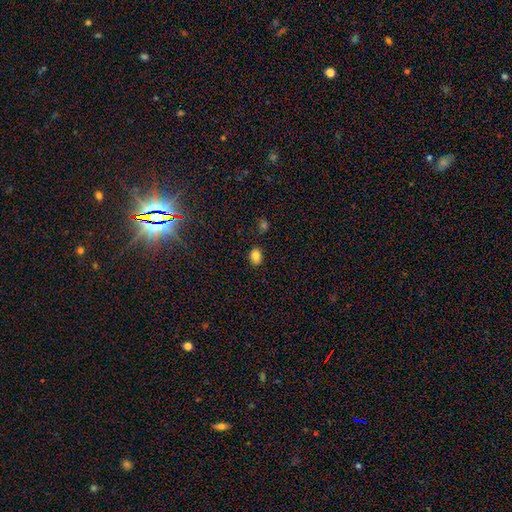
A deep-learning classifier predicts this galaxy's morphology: A smooth galaxy with no disk features (83%) that is in between round and cigar-shaped (57%). Merging: none (83%).